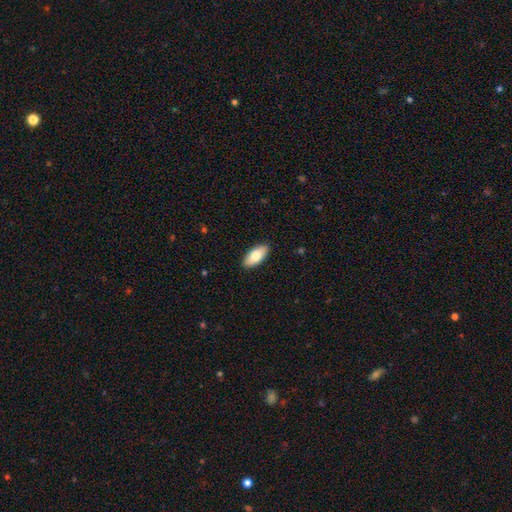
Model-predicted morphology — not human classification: Overall: smooth (79%). How rounded: in between (89%). Merging: none (90%).